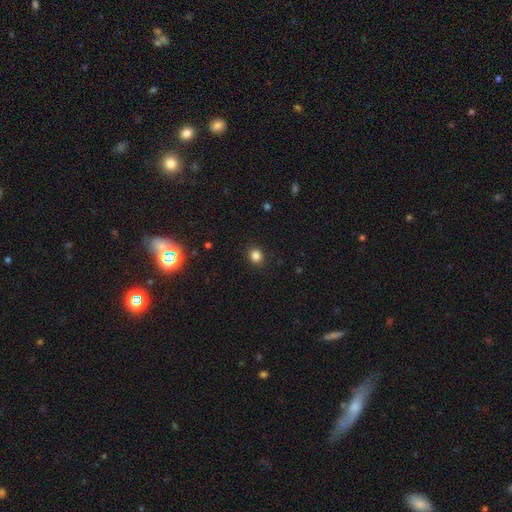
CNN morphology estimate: Smooth or featured: smooth — 83% (star or artifact — 12%)
How rounded: round — 75% (in between — 24%)
Merging: none — 89% (minor disturbance — 8%)